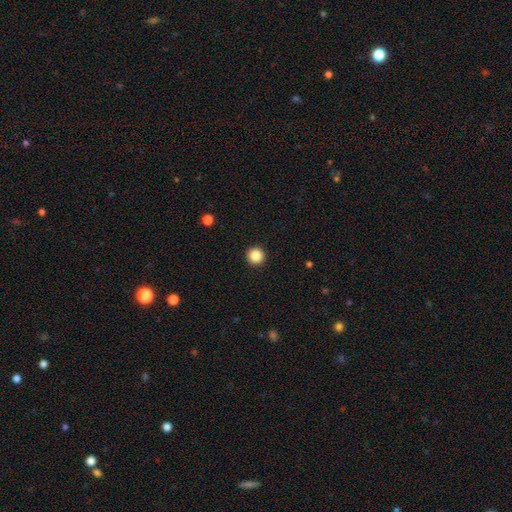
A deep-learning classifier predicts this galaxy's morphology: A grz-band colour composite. It shows a smooth galaxy with no disk features (86%) that is round (96%). Merging: none (94%).